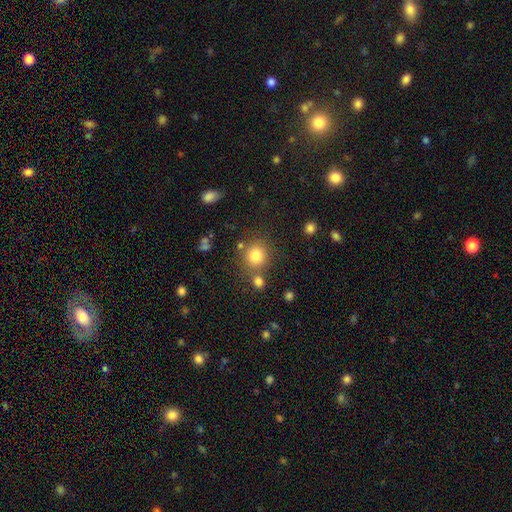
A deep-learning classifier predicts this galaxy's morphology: Overall: smooth (80%). How rounded: round (87%). Merging: none (72%).